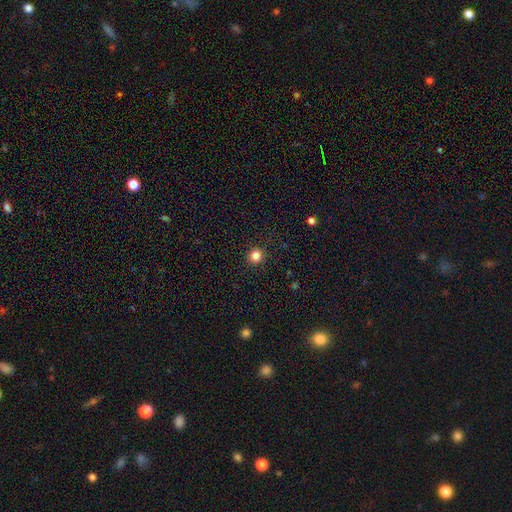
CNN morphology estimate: smooth-or-featured: smooth: 83% | star or artifact: 12% | featured or disk: 4%
  how-rounded: round: 92% | in between: 7% | cigar-shaped: 1%
  merging: none: 92% | minor disturbance: 6% | major disturbance: 2% | merger: 1%